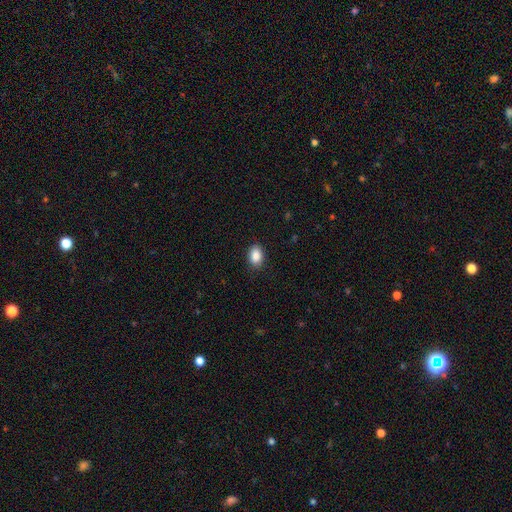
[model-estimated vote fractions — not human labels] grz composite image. It shows a smooth galaxy with no disk features (88%) that is in between round and cigar-shaped (80%). Merging: none (87%).